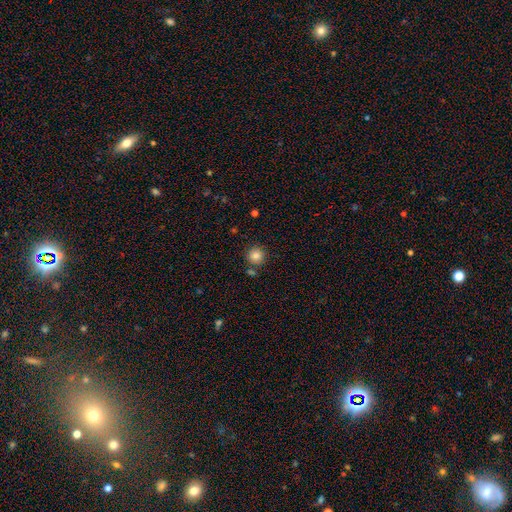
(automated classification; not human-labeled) Morphology: type=smooth (83%); roundness=round (94%); merging=none (82%).